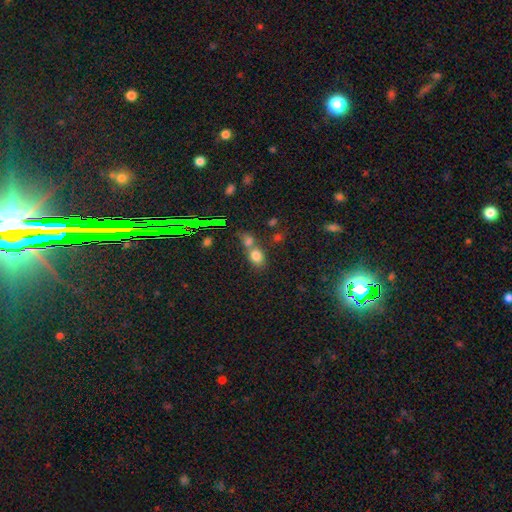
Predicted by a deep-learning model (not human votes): smooth_or_featured: smooth (p=0.77) [alt: star or artifact p=0.14]
how_rounded: in between (p=0.58) [alt: round p=0.40]
merging: merger (p=0.44) [alt: none p=0.43]